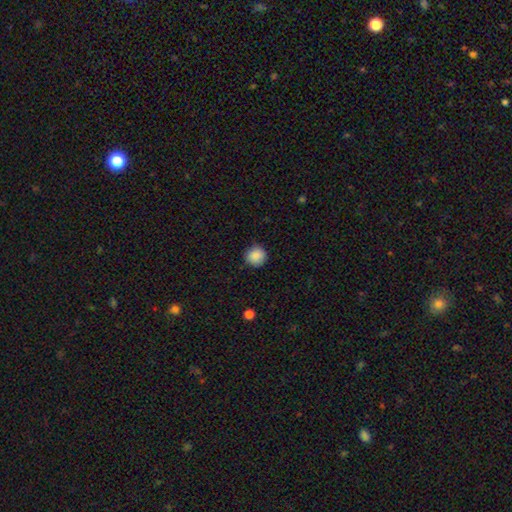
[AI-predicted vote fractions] Q: Smooth or featured?
A: smooth (88%); runner-up: star or artifact (9%)
Q: How rounded?
A: round (94%); runner-up: in between (6%)
Q: Merging?
A: none (89%); runner-up: minor disturbance (8%)